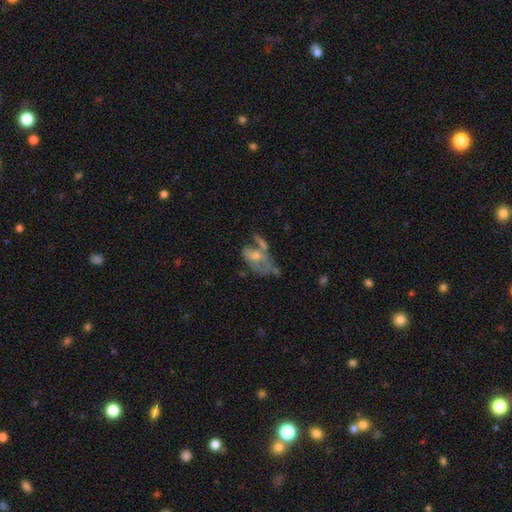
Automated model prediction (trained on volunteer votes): Q: Smooth or featured?
A: featured or disk (52%); runner-up: smooth (39%)
Q: Edge-on disk?
A: no (91%); runner-up: yes (9%)
Q: Merging?
A: merger (32%); runner-up: major disturbance (27%)